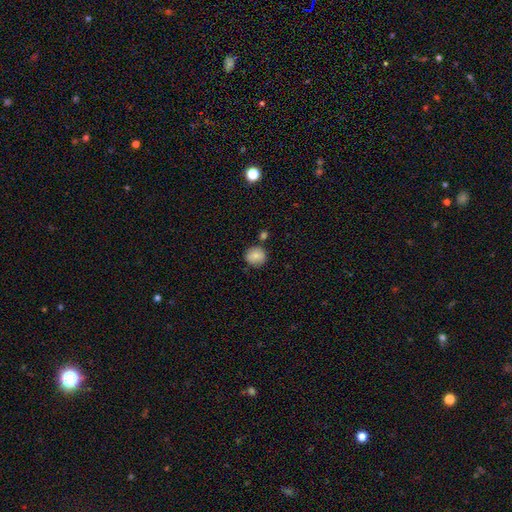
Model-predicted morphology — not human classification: smooth-or-featured: smooth: 84% | star or artifact: 8% | featured or disk: 8%
  how-rounded: round: 87% | in between: 12% | cigar-shaped: 1%
  merging: none: 76% | minor disturbance: 13% | merger: 9% | major disturbance: 3%